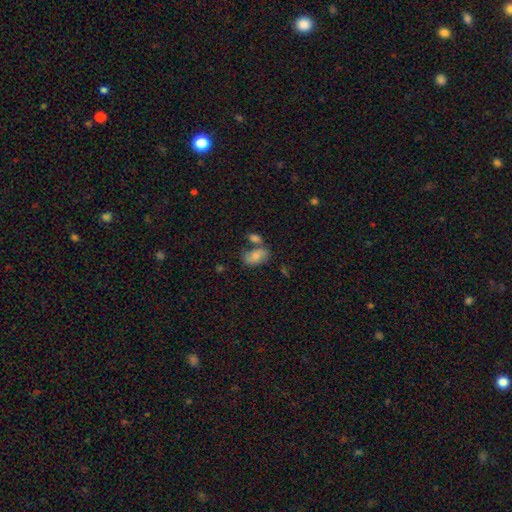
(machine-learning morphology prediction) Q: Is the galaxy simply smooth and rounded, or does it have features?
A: smooth — 77%.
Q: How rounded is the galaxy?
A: in between — 91%.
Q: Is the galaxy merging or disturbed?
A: none — 45%.